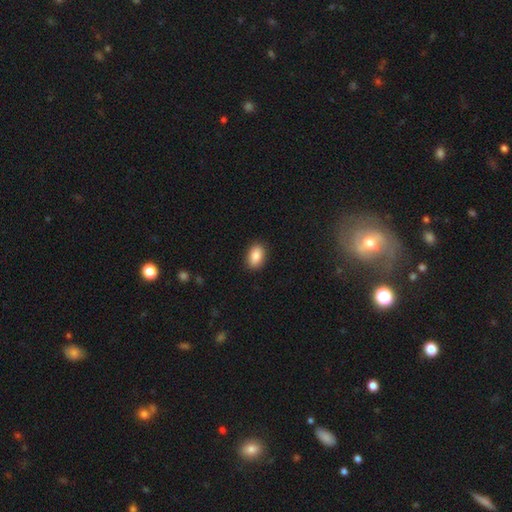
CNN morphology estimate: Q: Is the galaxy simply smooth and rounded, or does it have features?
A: smooth — 87%.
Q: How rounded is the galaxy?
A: in between — 88%.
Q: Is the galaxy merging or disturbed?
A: none — 89%.